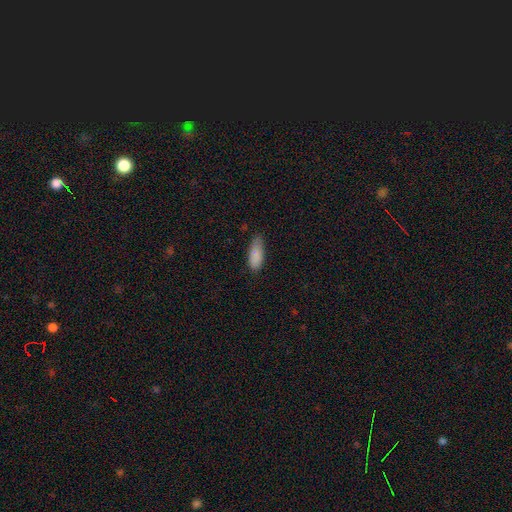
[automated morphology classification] Smooth or featured?
  - smooth: 87% *
  - star or artifact: 7%
  - featured or disk: 7%
How rounded?
  - in between: 74% *
  - cigar-shaped: 24%
  - round: 2%
Merging?
  - none: 70% *
  - minor disturbance: 25%
  - major disturbance: 4%
  - merger: 1%